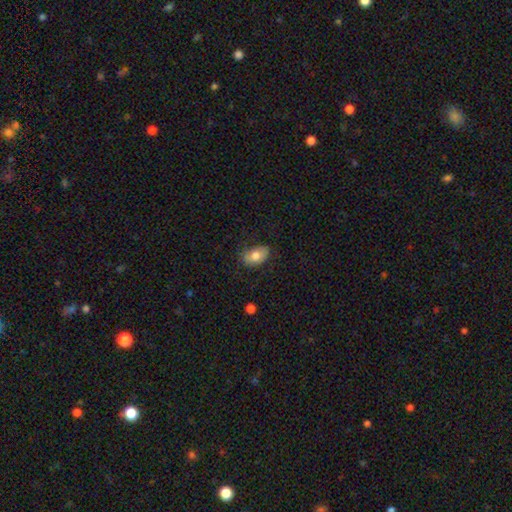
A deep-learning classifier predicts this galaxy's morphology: smooth-or-featured: smooth: 75% | featured or disk: 18% | star or artifact: 7%
  how-rounded: in between: 86% | round: 12% | cigar-shaped: 1%
  merging: none: 67% | minor disturbance: 25% | major disturbance: 7% | merger: 1%